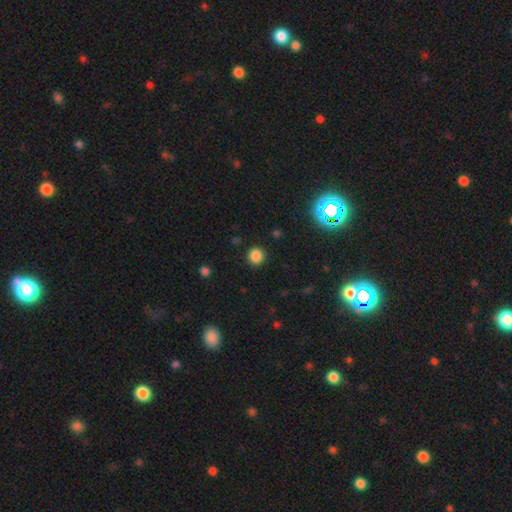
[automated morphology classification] Smooth or featured? smooth (84%)
How rounded? round (90%)
Merging? none (90%)